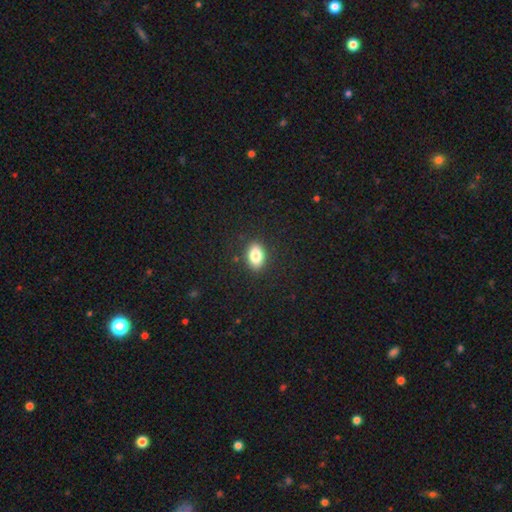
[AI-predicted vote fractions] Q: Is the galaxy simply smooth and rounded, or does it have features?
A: smooth — 84%.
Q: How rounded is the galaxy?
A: in between — 82%.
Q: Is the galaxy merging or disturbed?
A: none — 87%.